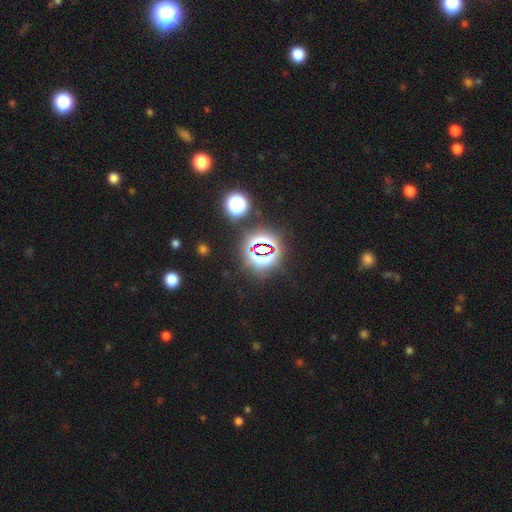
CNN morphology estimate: Smooth or featured? star or artifact (77%)